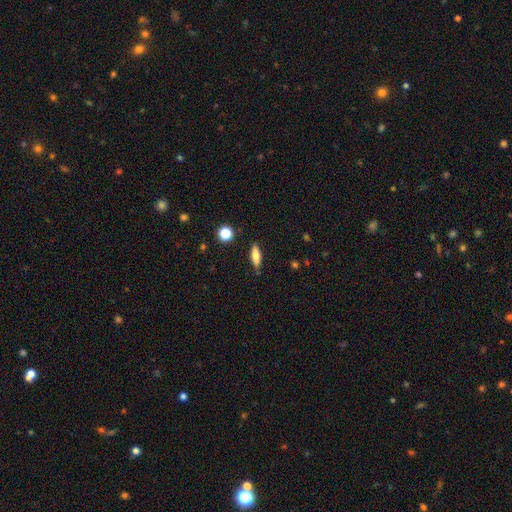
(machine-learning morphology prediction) A smooth galaxy with no disk features (70%) that is cigar-shaped (54%). Merging: none (85%).